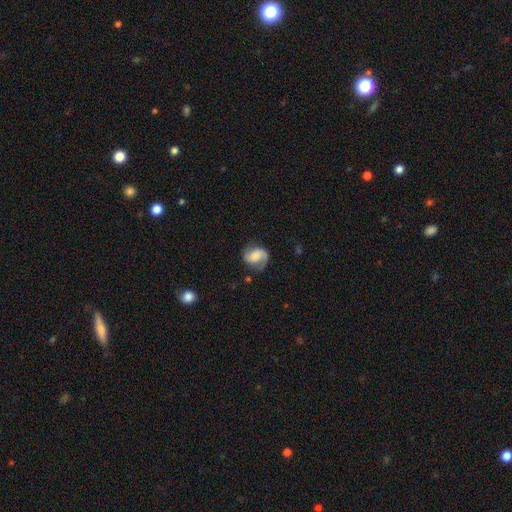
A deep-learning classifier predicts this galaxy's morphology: Smooth or featured?
  - featured or disk: 62% *
  - smooth: 30%
  - star or artifact: 8%
Edge-on disk?
  - no: 98% *
  - yes: 2%
Bar?
  - no: 47% *
  - weak: 38%
  - strong: 15%
Spiral arms?
  - yes: 93% *
  - no: 7%
Spiral winding?
  - medium: 44% *
  - loose: 34%
  - tight: 22%
Spiral arm count?
  - 2: 80% *
  - 1: 13%
  - can't tell: 5%
  - 3: 1%
  - 4: 1%
  - more than 4: 1%
Bulge size?
  - none: 32% *
  - large: 25%
  - moderate: 20%
  - small: 16%
  - dominant: 6%
Merging?
  - none: 68% *
  - minor disturbance: 21%
  - major disturbance: 10%
  - merger: 2%